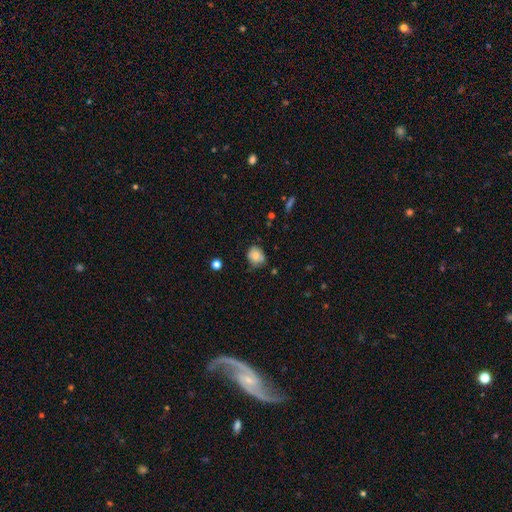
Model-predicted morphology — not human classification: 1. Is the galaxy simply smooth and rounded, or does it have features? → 74% smooth, 16% featured or disk, 10% star or artifact.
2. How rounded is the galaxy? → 67% round, 32% in between, 1% cigar-shaped.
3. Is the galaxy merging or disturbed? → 63% none, 27% minor disturbance, 6% major disturbance, 4% merger.